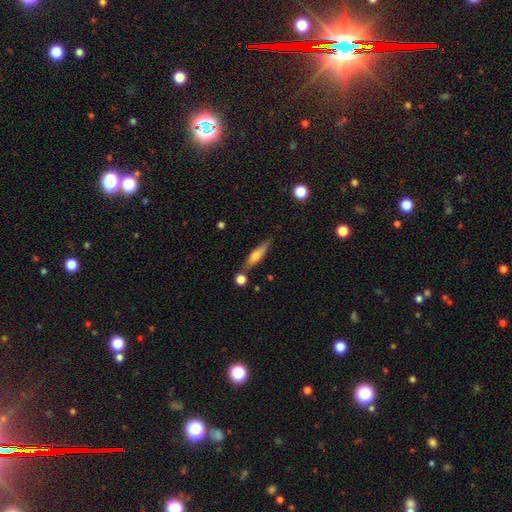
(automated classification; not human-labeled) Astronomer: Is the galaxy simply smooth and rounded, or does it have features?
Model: smooth — 61%.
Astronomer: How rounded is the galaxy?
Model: cigar-shaped — 74%.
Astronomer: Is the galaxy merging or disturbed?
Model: none — 67%.